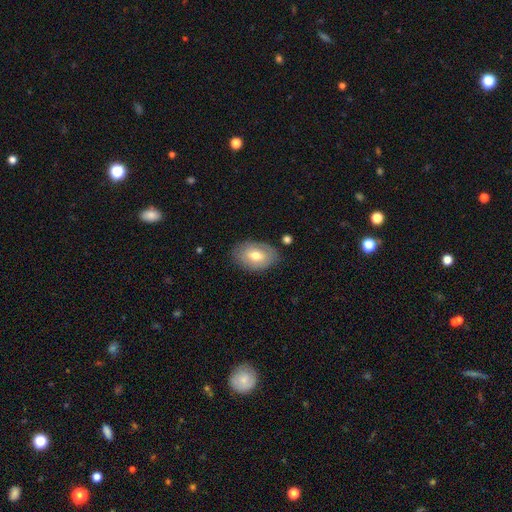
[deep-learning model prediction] This is likely a smooth galaxy (65%). How rounded: clearly in between (86%). Merging: likely none (79%).